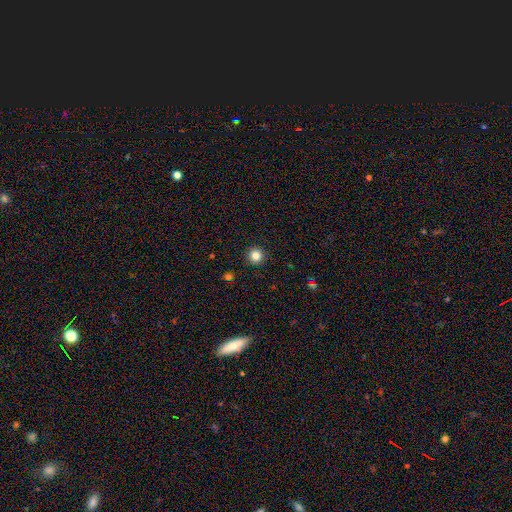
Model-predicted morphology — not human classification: smooth_or_featured: smooth (p=0.83) [alt: star or artifact p=0.12]
how_rounded: round (p=0.96) [alt: in between p=0.03]
merging: none (p=0.93) [alt: minor disturbance p=0.04]